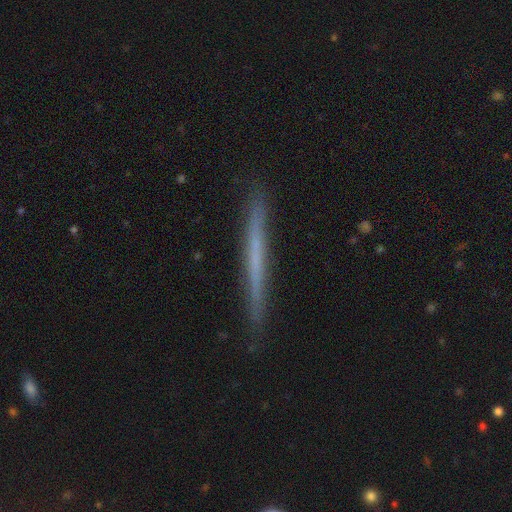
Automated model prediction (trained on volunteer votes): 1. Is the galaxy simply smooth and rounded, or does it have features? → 50% featured or disk, 44% smooth, 6% star or artifact.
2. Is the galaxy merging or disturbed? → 88% none, 9% minor disturbance, 1% major disturbance, 1% merger.